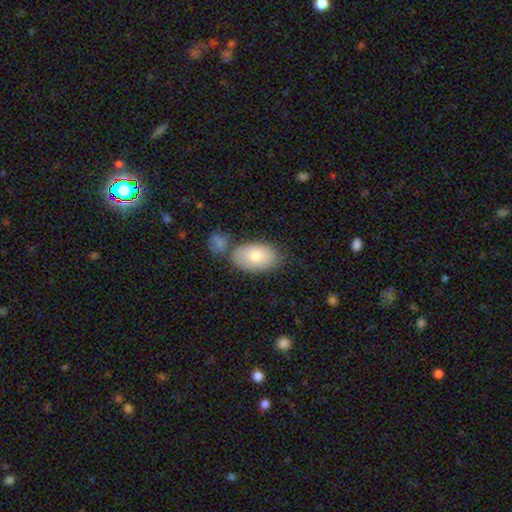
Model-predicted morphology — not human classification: type=smooth (77%); roundness=in between (93%); merging=none (65%).